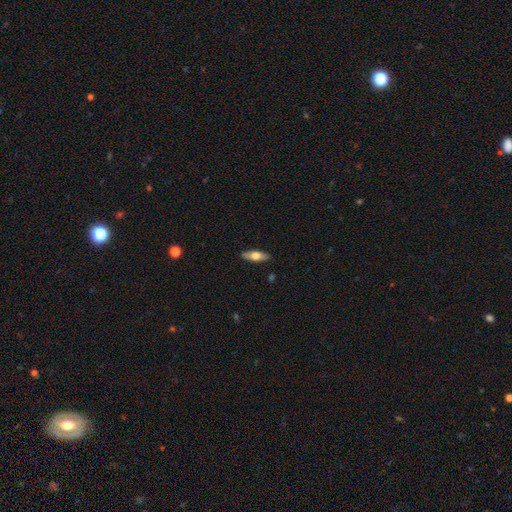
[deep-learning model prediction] Smooth or featured? Predicted: smooth (p=0.61). How rounded? Predicted: in between (p=0.56). Merging? Predicted: none (p=0.88).